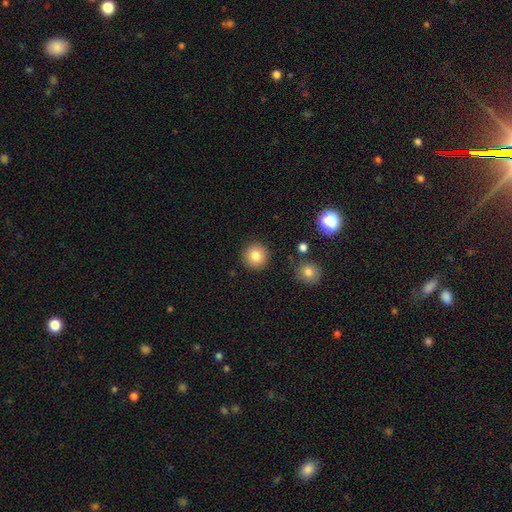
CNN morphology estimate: The model was most divided on "smooth or featured": smooth: 81%, star or artifact: 10%, featured or disk: 8%. More confident: how rounded — round (95%); merging — none (90%).